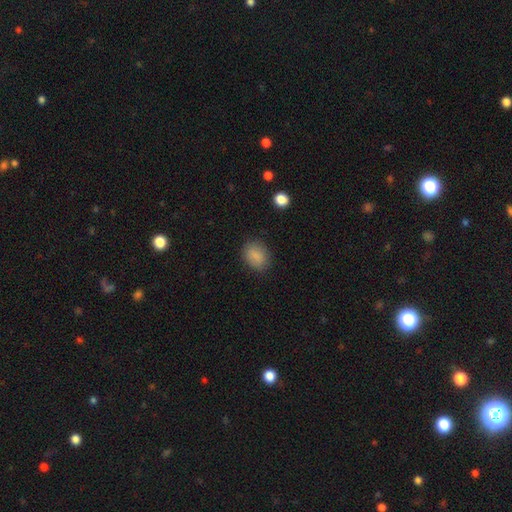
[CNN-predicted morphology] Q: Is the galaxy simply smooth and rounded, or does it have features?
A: smooth — 86%.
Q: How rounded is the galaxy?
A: in between — 62%.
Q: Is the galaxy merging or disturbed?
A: none — 83%.